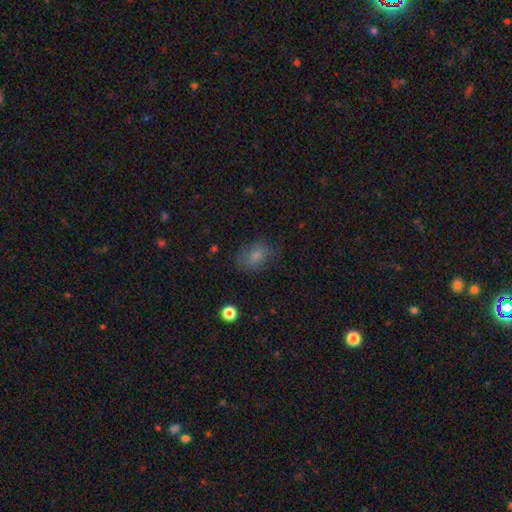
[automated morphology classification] Overall: smooth (76%). How rounded: in between (77%). Merging: none (70%).